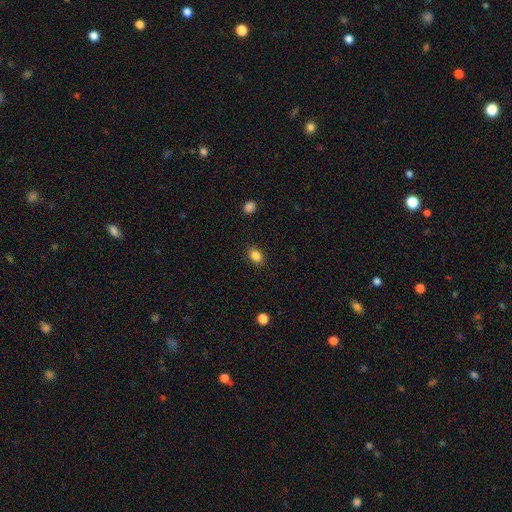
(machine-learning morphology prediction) smooth_or_featured: smooth (p=0.85) [alt: star or artifact p=0.10]
how_rounded: in between (p=0.63) [alt: round p=0.36]
merging: none (p=0.87) [alt: minor disturbance p=0.09]